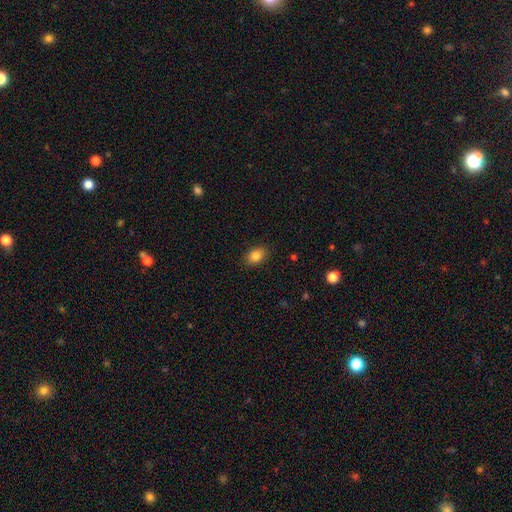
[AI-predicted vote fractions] Smooth or featured? Predicted: smooth (p=0.85). How rounded? Predicted: in between (p=0.80). Merging? Predicted: none (p=0.87).